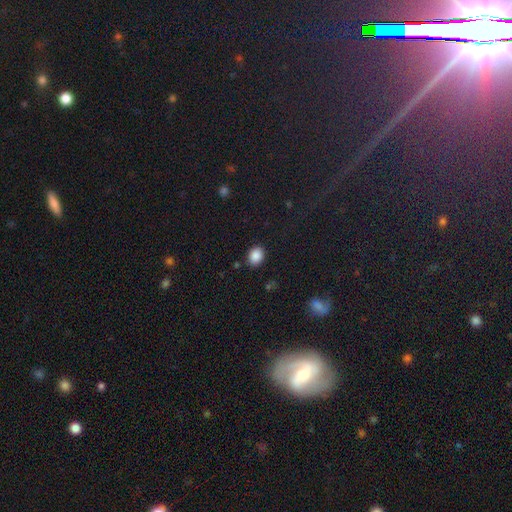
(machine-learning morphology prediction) smooth-or-featured: smooth: 88% | star or artifact: 9% | featured or disk: 3%
  how-rounded: in between: 60% | round: 39% | cigar-shaped: 1%
  merging: none: 86% | minor disturbance: 9% | major disturbance: 3% | merger: 2%